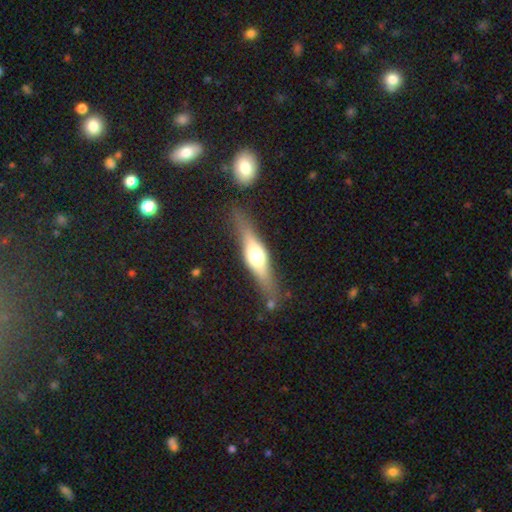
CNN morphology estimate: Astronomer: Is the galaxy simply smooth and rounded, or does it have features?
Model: featured or disk — 62%.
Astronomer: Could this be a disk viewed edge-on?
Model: yes — 92%.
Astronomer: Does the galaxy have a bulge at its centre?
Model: rounded — 92%.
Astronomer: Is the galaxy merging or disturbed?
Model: none — 80%.